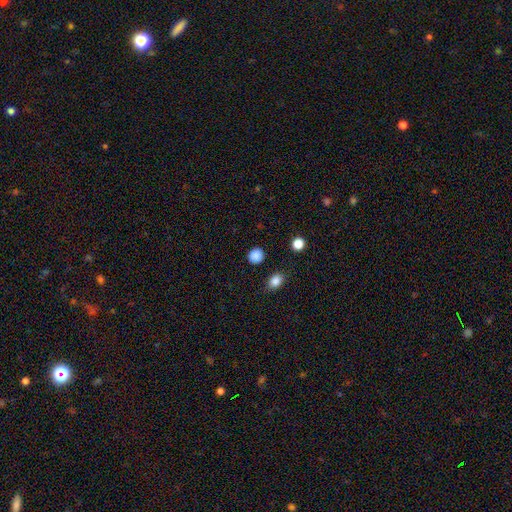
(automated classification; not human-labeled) This is clearly a smooth galaxy (86%). How rounded: clearly round (88%). Merging: clearly none (89%).